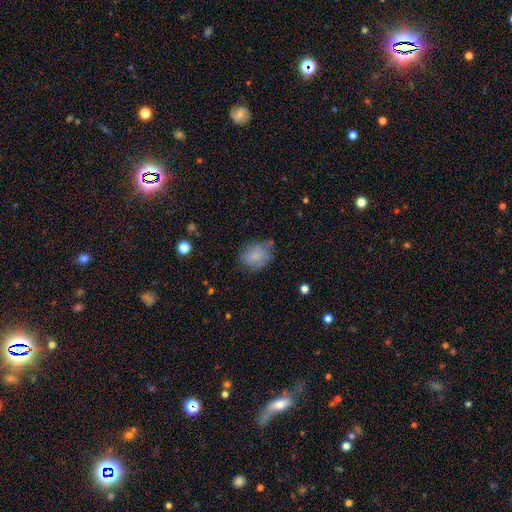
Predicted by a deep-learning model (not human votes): This appears to be a smooth galaxy with no disk features (75%) that is in between round and cigar-shaped (61%). Merging: none (54%).